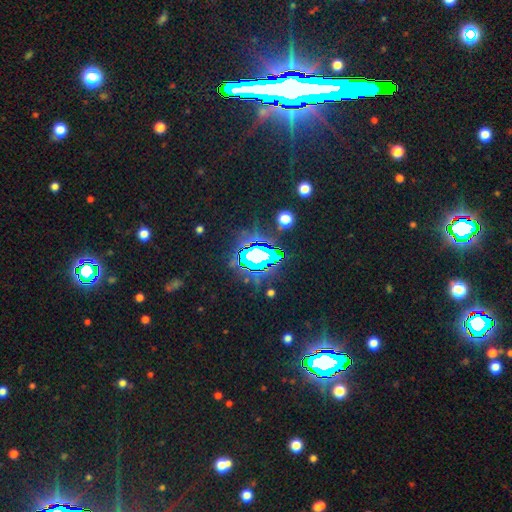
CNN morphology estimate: A star or artifact, not a galaxy (70%).